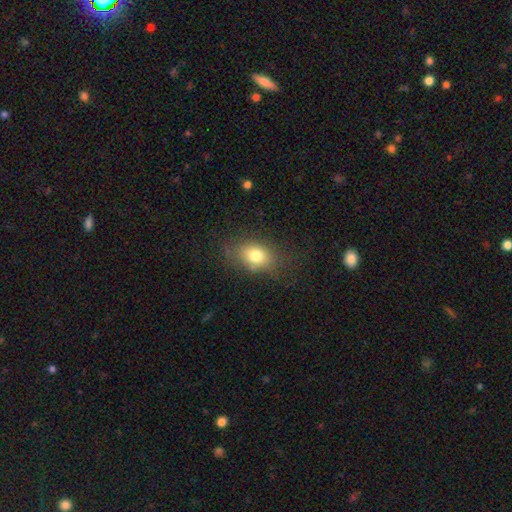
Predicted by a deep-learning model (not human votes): The model was most divided on "how rounded": in between: 72%, round: 26%, cigar-shaped: 2%. More confident: smooth or featured — smooth (77%); merging — none (73%).